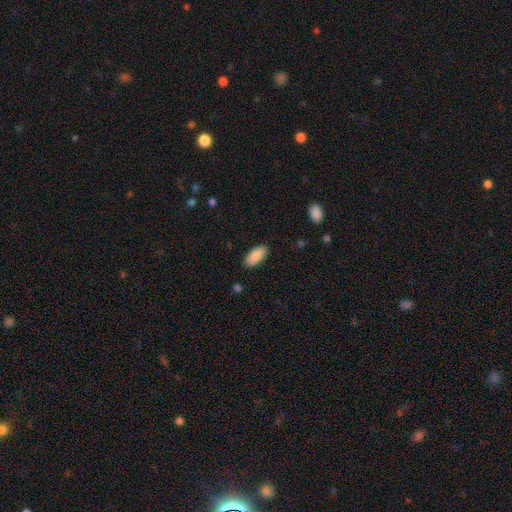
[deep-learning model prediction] smooth 90%, star or artifact 6%, featured or disk 4%. Down the decision tree: how rounded — in between (86%); merging — none (88%).